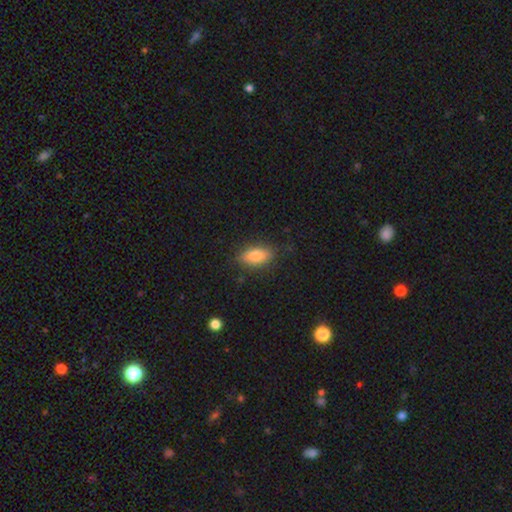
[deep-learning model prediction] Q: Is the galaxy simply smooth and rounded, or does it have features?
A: smooth — 80%.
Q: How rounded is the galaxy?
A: in between — 85%.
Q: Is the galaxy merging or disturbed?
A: none — 82%.